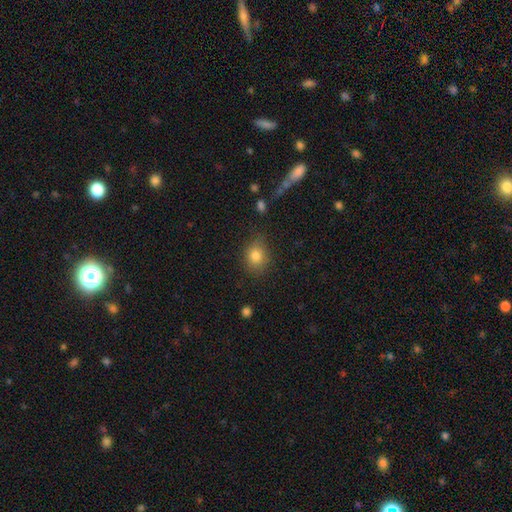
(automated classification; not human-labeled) Smooth or featured? Predicted: smooth (p=0.81). How rounded? Predicted: round (p=0.57). Merging? Predicted: none (p=0.76).